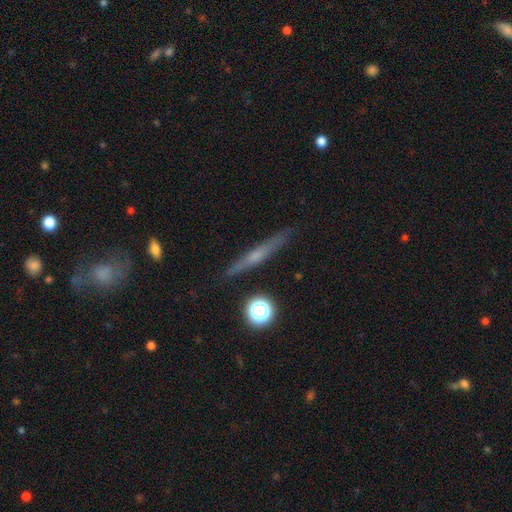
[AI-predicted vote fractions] Morphology: type=featured or disk (67%); edge-on=yes (96%); edge-on bulge=rounded (69%); merging=none (89%).